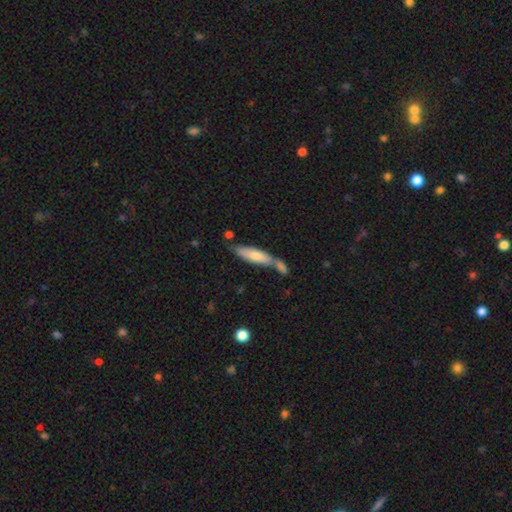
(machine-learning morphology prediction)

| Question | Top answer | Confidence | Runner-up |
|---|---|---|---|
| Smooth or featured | smooth | 71% | featured or disk (24%) |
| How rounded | cigar-shaped | 65% | in between (33%) |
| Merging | none | 46% | merger (35%) |